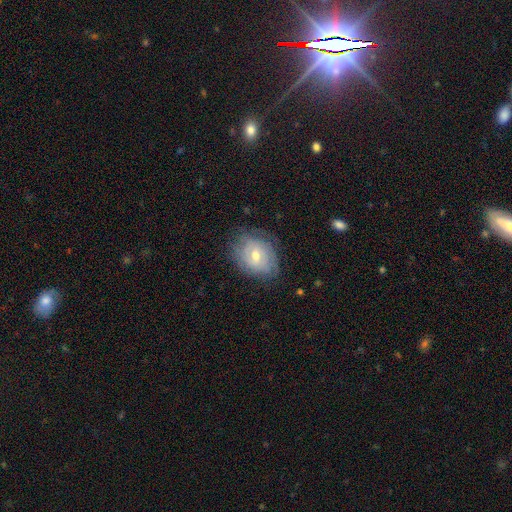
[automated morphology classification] featured or disk 53%, smooth 39%, star or artifact 9%. Down the decision tree: edge-on disk — no (94%); merging — none (72%).